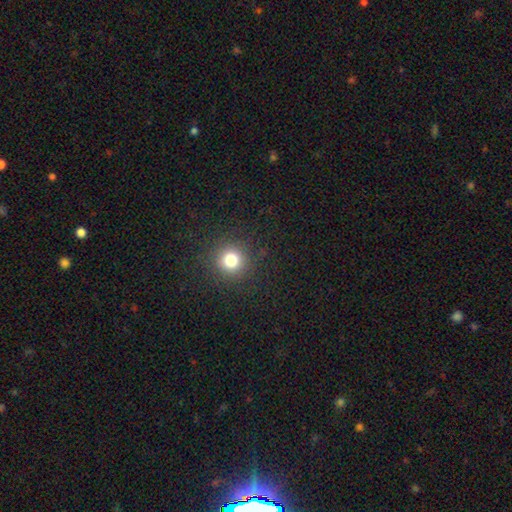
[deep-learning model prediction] Overall: smooth (57%; star or artifact 37%). How rounded: round (95%). Merging: none (93%).